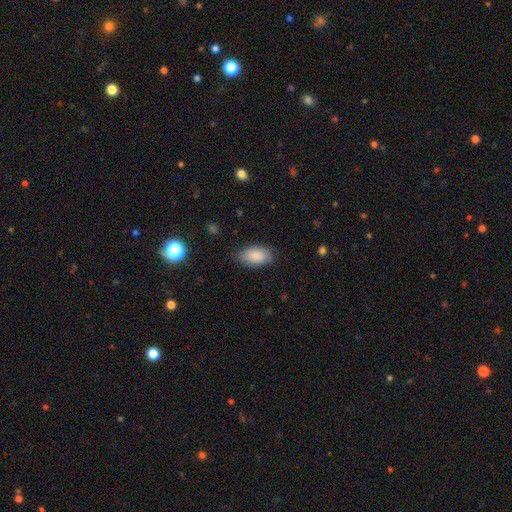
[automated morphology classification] smooth_or_featured: smooth (p=0.88) [alt: star or artifact p=0.07]
how_rounded: in between (p=0.94) [alt: round p=0.04]
merging: none (p=0.82) [alt: minor disturbance p=0.14]